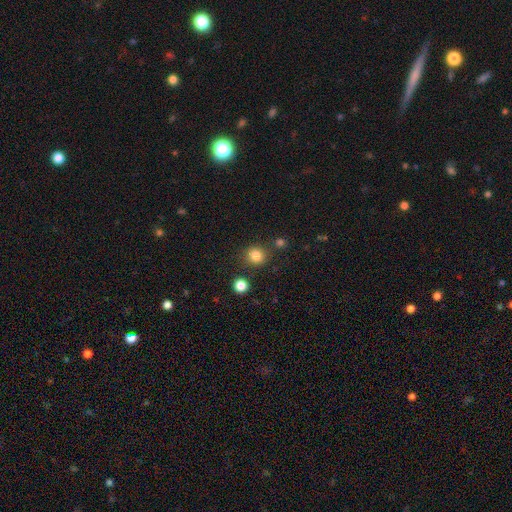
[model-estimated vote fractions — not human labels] Q: Smooth or featured?
A: smooth (83%); runner-up: star or artifact (12%)
Q: How rounded?
A: round (89%); runner-up: in between (10%)
Q: Merging?
A: none (83%); runner-up: minor disturbance (8%)